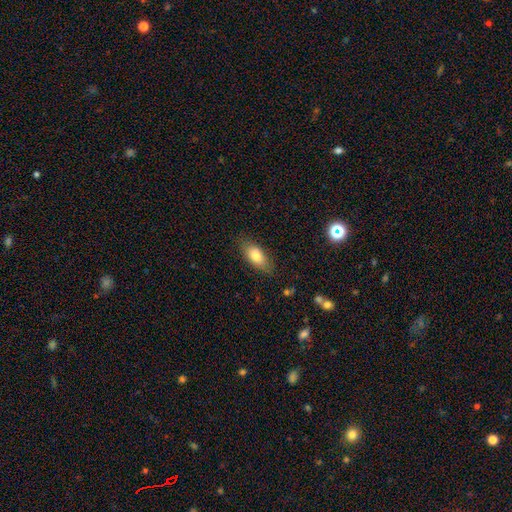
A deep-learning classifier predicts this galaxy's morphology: type=smooth (79%); roundness=in between (86%); merging=none (80%).